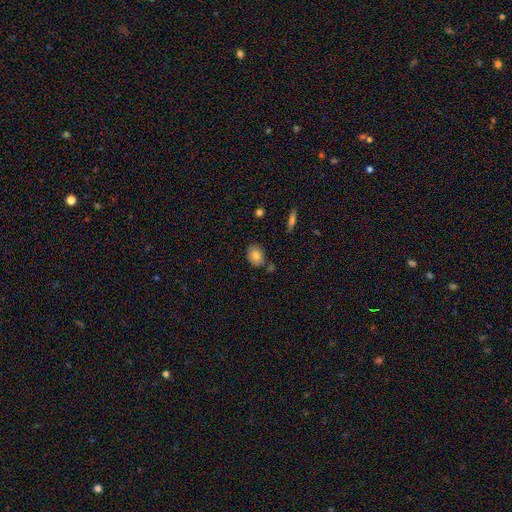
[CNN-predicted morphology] smooth-or-featured: smooth: 79% | featured or disk: 13% | star or artifact: 8%
  how-rounded: in between: 62% | round: 36% | cigar-shaped: 1%
  merging: none: 76% | minor disturbance: 15% | merger: 6% | major disturbance: 3%